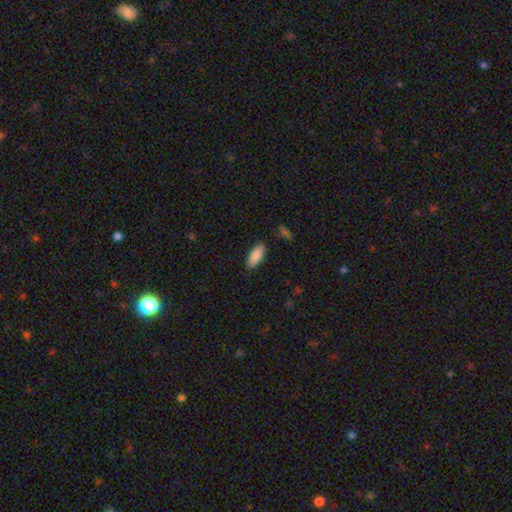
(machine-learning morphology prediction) type=smooth (88%); roundness=in between (82%); merging=none (87%).